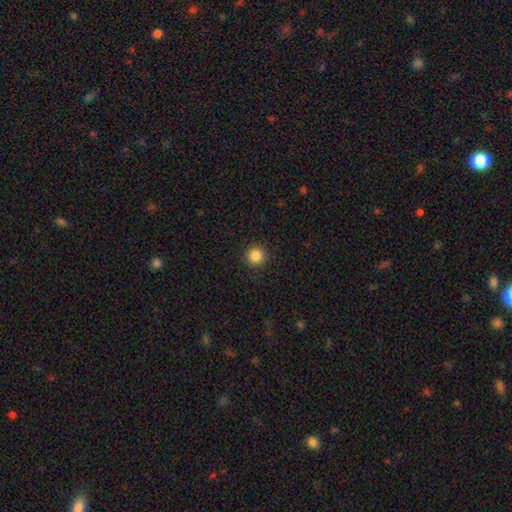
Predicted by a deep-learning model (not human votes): A smooth galaxy with no disk features (86%) that is round (95%). Merging: none (92%).